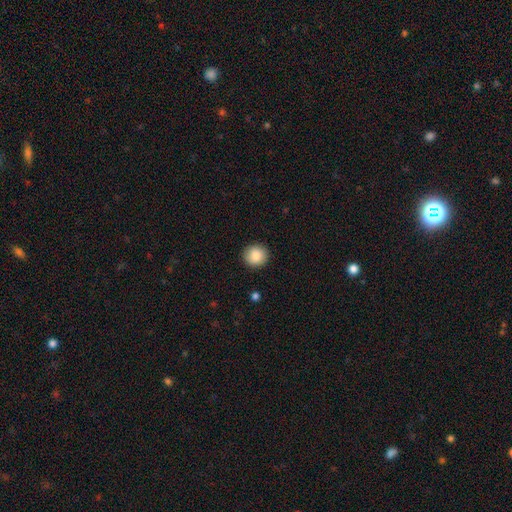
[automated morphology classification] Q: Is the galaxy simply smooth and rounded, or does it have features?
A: smooth — 87%.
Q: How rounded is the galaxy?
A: round — 90%.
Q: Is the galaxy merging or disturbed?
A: none — 90%.